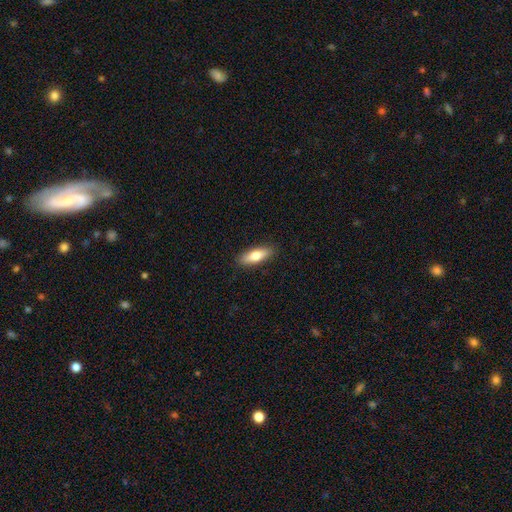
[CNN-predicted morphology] Q: Smooth or featured?
A: smooth (74%); runner-up: featured or disk (20%)
Q: How rounded?
A: in between (57%); runner-up: cigar-shaped (41%)
Q: Merging?
A: none (88%); runner-up: minor disturbance (9%)